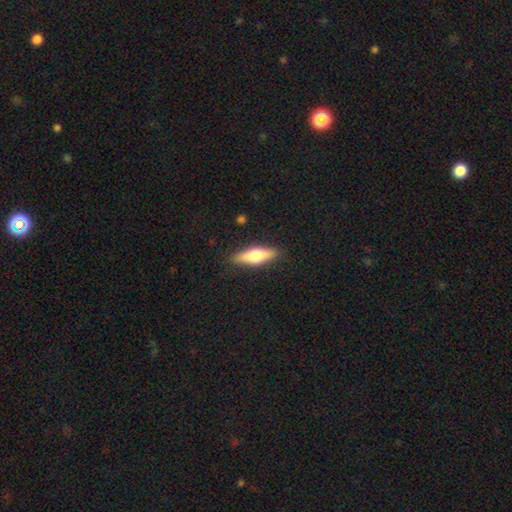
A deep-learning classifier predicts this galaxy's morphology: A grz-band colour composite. It shows a smooth galaxy with no disk features (55%) that is in between round and cigar-shaped (49%). Merging: none (87%).